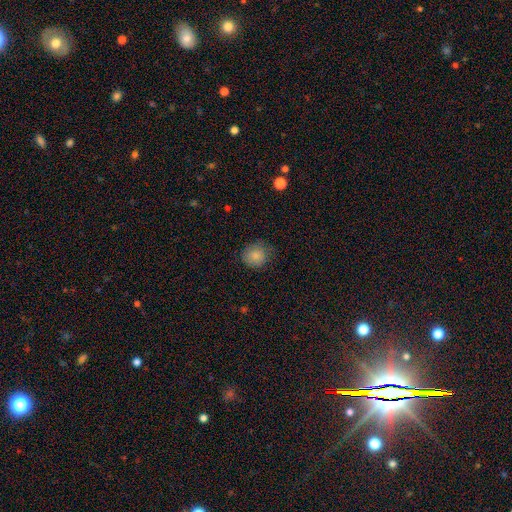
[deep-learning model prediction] Smooth or featured?
  - smooth: 83% *
  - star or artifact: 9%
  - featured or disk: 8%
How rounded?
  - round: 83% *
  - in between: 16%
  - cigar-shaped: 1%
Merging?
  - none: 70% *
  - minor disturbance: 23%
  - major disturbance: 5%
  - merger: 1%